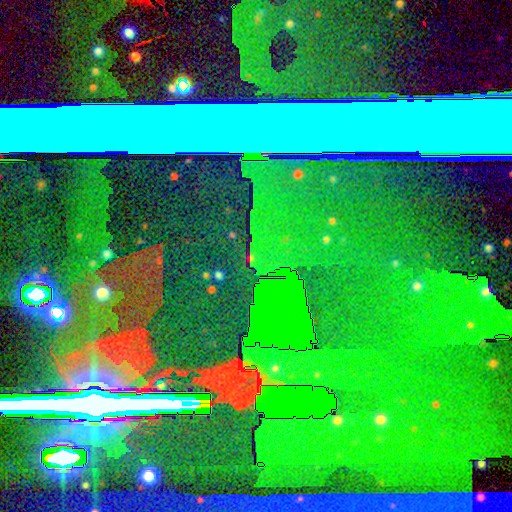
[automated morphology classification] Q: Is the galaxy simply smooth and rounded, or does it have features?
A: star or artifact — 83%.